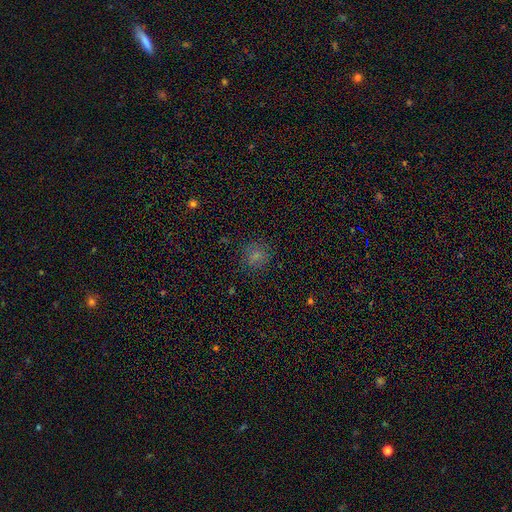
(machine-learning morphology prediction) smooth 74%, star or artifact 19%, featured or disk 7%. Down the decision tree: how rounded — round (83%); merging — none (83%).